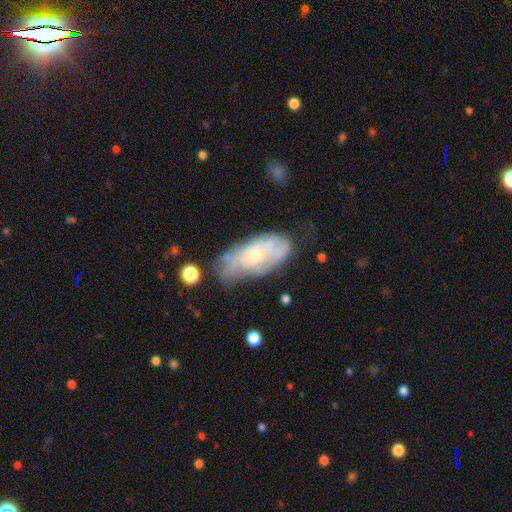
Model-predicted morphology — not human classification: A featured or disk galaxy (62%) with no bar (82%), spiral arms (65%) and a small central bulge (61%).

Vote fractions:
- Smooth or featured? featured or disk: 62% / smooth: 30% / star or artifact: 7%
- Edge-on disk? no: 91% / yes: 9%
- Bar? no: 82% / weak: 16% / strong: 3%
- Spiral arms? yes: 65% / no: 35%
- Bulge size? small: 61% / moderate: 35% / large: 2% / none: 2% / dominant: 1%
- Merging? none: 50% / minor disturbance: 31% / major disturbance: 13% / merger: 5%